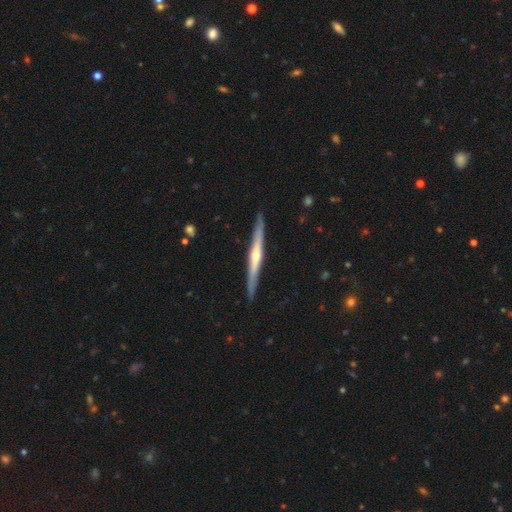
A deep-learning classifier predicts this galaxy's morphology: This is likely a featured or disk galaxy (75%). It is clearly viewed edge-on (97%). Edge-on bulge: likely rounded (78%). Merging: clearly none (90%).